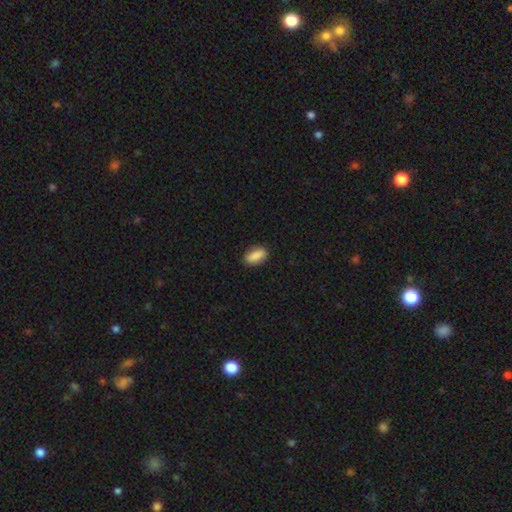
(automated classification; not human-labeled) This is clearly a smooth galaxy (87%). How rounded: clearly in between (84%). Merging: clearly none (87%).